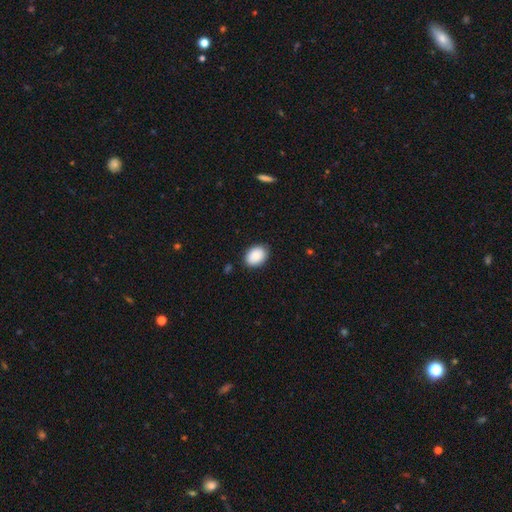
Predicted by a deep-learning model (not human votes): smooth_or_featured: smooth (p=0.89) [alt: star or artifact p=0.07]
how_rounded: in between (p=0.77) [alt: round p=0.22]
merging: none (p=0.85) [alt: minor disturbance p=0.12]